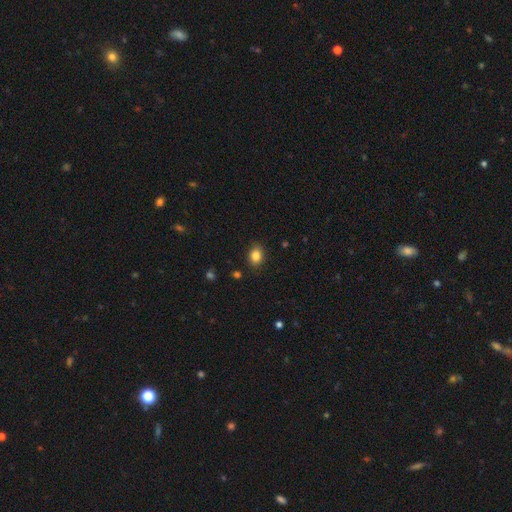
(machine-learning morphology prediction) A smooth galaxy with no disk features (85%) that is in between round and cigar-shaped (65%). Merging: none (86%).